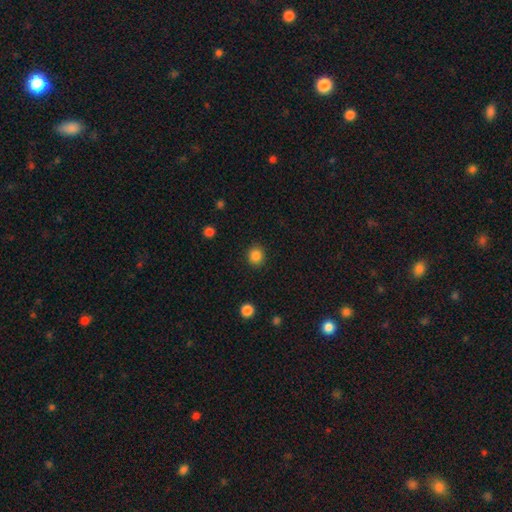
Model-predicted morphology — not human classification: type=smooth (86%); roundness=round (85%); merging=none (90%).